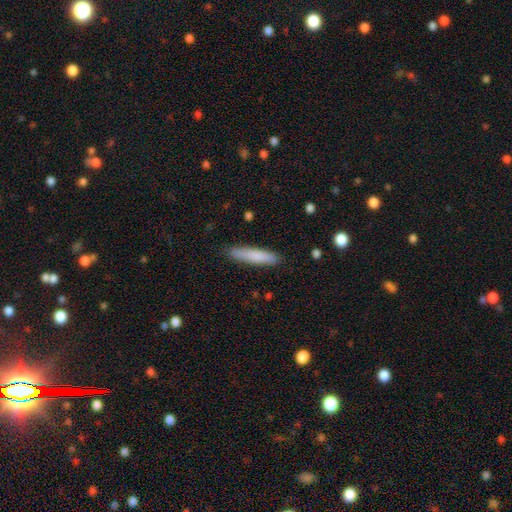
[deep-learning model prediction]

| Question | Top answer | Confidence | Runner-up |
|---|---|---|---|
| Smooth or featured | smooth | 80% | featured or disk (14%) |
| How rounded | cigar-shaped | 87% | in between (11%) |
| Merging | none | 87% | minor disturbance (10%) |